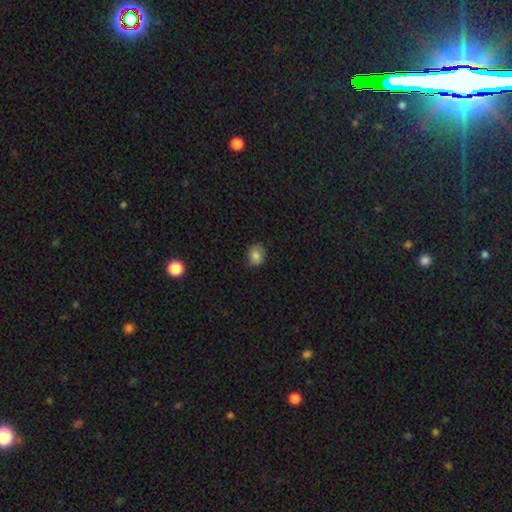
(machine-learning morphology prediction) smooth-or-featured: smooth: 82% | star or artifact: 10% | featured or disk: 8%
  how-rounded: round: 56% | in between: 43% | cigar-shaped: 1%
  merging: none: 79% | minor disturbance: 17% | major disturbance: 3% | merger: 1%